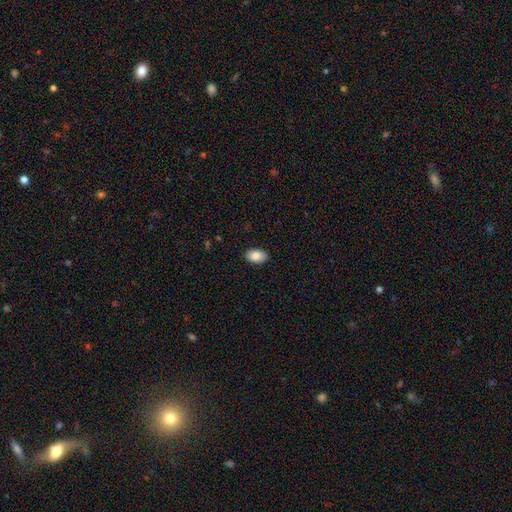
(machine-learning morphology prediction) Smooth or featured: smooth — 83% (featured or disk — 10%)
How rounded: in between — 90% (round — 9%)
Merging: none — 88% (minor disturbance — 9%)